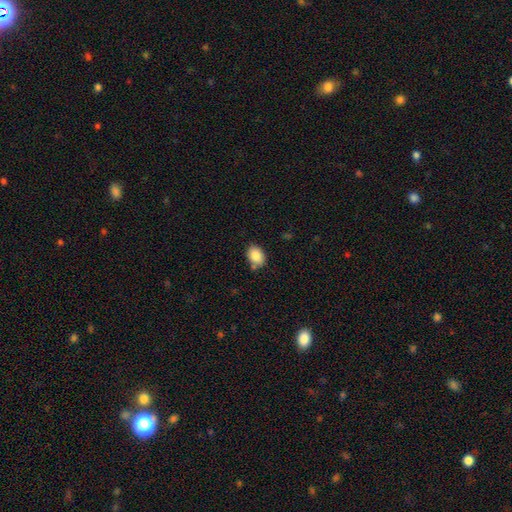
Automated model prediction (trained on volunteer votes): smooth-or-featured: smooth: 87% | star or artifact: 8% | featured or disk: 6%
  how-rounded: in between: 72% | round: 27% | cigar-shaped: 1%
  merging: none: 75% | minor disturbance: 16% | merger: 6% | major disturbance: 3%